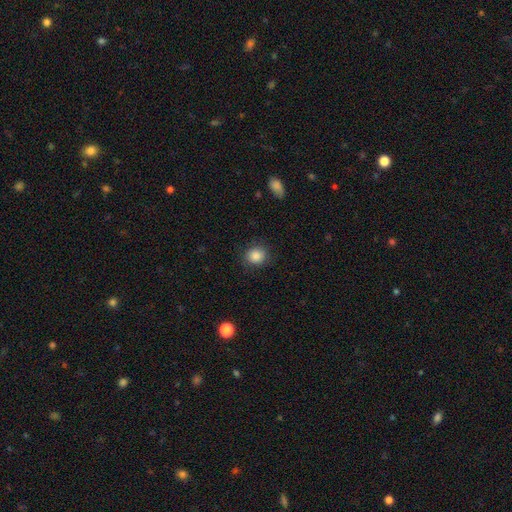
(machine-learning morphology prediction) This appears to be a smooth galaxy with no disk features (87%) that is round (85%). Merging: none (86%).